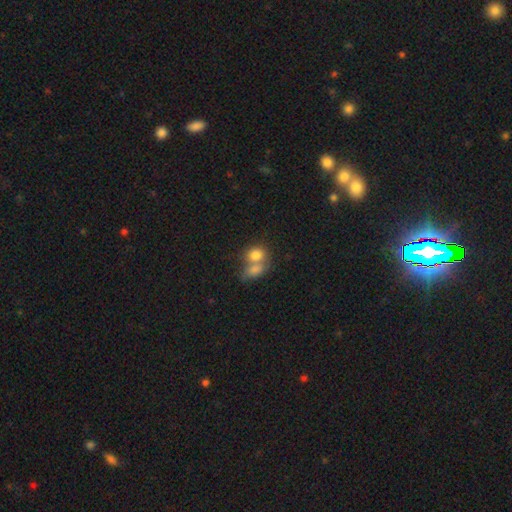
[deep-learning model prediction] Smooth or featured: smooth — 80% (featured or disk — 11%)
How rounded: round — 56% (in between — 43%)
Merging: merger — 61% (none — 26%)